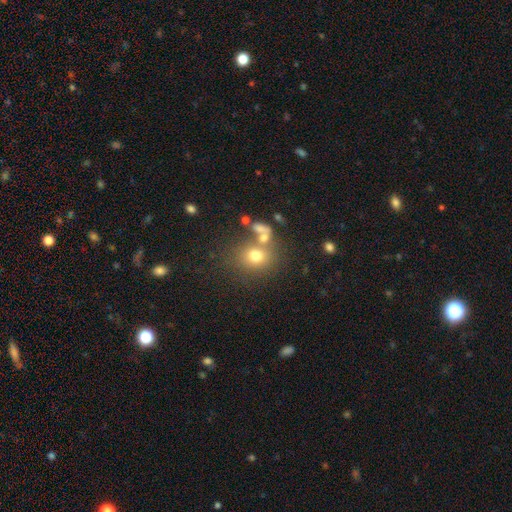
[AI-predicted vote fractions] This appears to be a smooth galaxy with no disk features (72%) that is round (67%). Merging: none (53%).